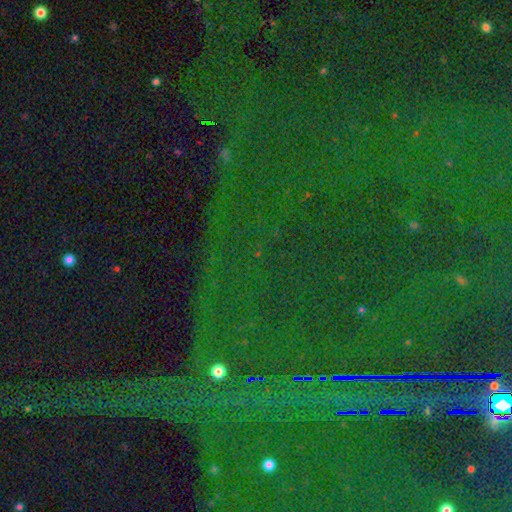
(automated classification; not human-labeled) Smooth or featured: star or artifact — 87% (smooth — 6%)